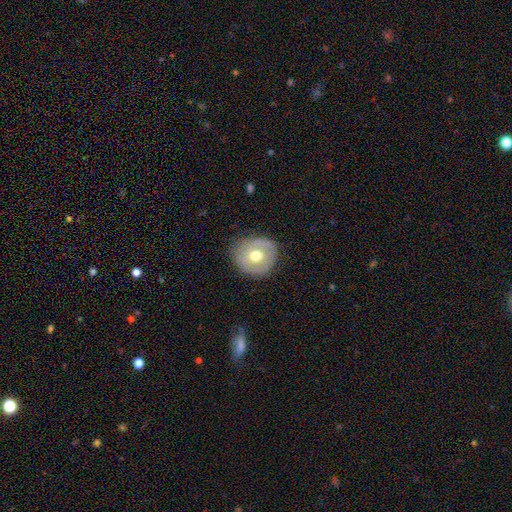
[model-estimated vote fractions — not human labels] Smooth or featured: smooth — 53% (featured or disk — 39%)
How rounded: round — 79% (in between — 20%)
Merging: none — 76% (minor disturbance — 17%)